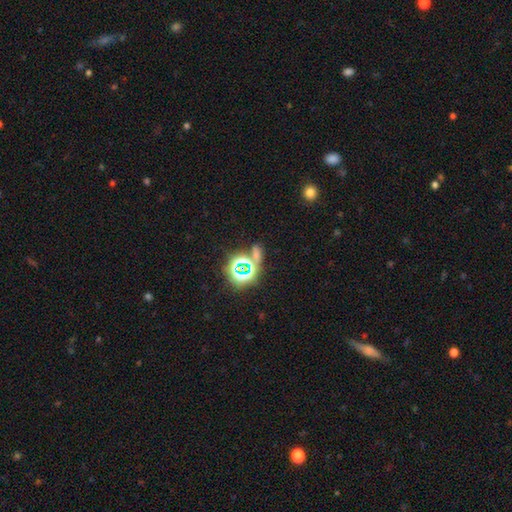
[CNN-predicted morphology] This appears to be a star or artifact, not a galaxy (72%).